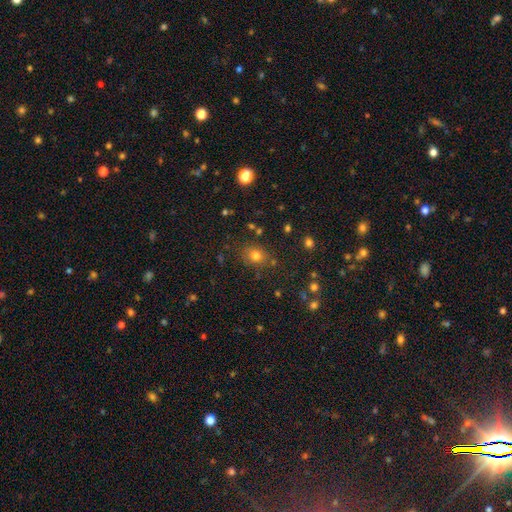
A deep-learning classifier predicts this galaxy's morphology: A smooth galaxy with no disk features (75%) that is round (60%).

Vote fractions:
- Smooth or featured? smooth: 75% / star or artifact: 17% / featured or disk: 8%
- How rounded? round: 60% / in between: 39% / cigar-shaped: 1%
- Merging? none: 79% / minor disturbance: 12% / merger: 4% / major disturbance: 4%